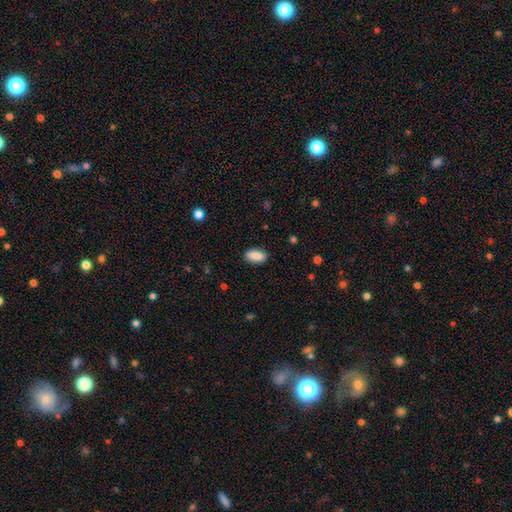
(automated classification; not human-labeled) smooth 89%, star or artifact 6%, featured or disk 5%. Down the decision tree: how rounded — in between (91%); merging — none (89%).